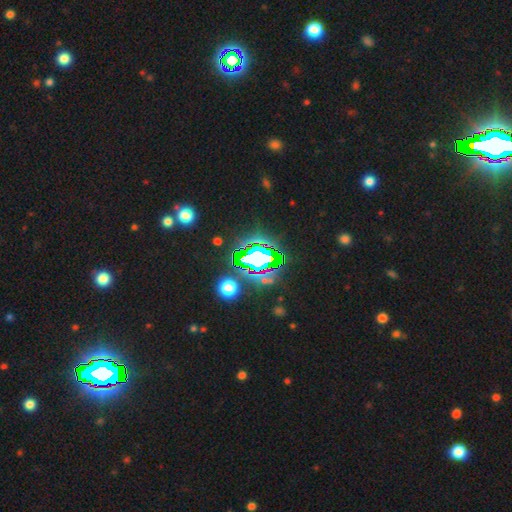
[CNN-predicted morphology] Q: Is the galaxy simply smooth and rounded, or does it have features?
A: star or artifact — 71%.